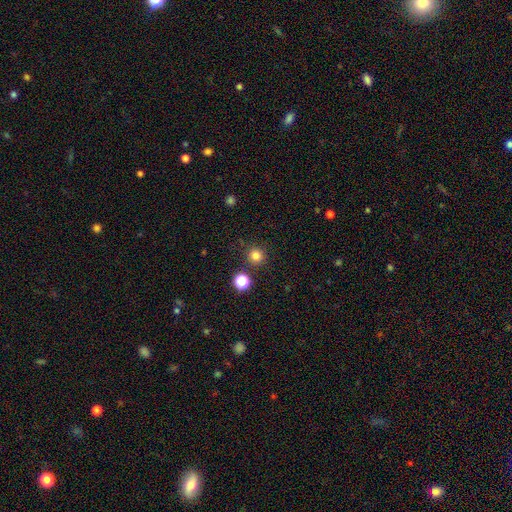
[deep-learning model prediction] Q: Smooth or featured?
A: smooth (81%); runner-up: star or artifact (15%)
Q: How rounded?
A: round (95%); runner-up: in between (4%)
Q: Merging?
A: none (88%); runner-up: minor disturbance (6%)